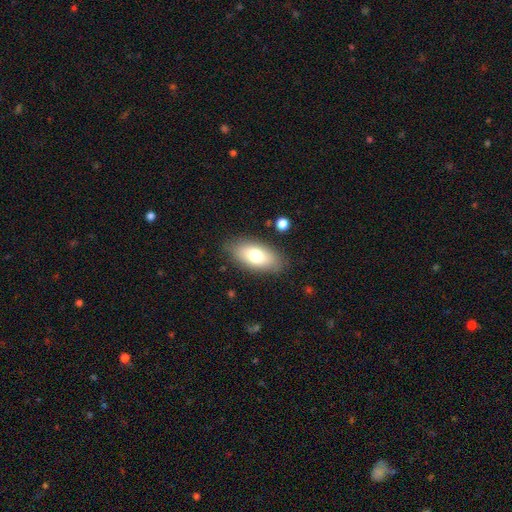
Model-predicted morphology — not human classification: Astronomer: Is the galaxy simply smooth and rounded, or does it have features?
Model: smooth — 73%.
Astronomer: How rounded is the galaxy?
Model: in between — 90%.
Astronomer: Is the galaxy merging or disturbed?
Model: none — 83%.